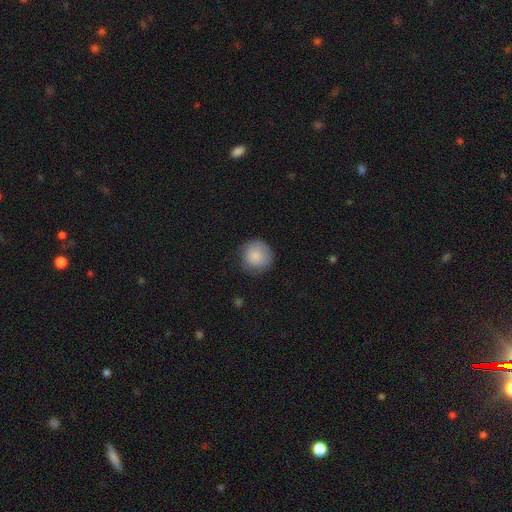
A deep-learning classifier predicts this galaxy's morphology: A smooth galaxy with no disk features (86%) that is round (93%). Merging: none (81%).